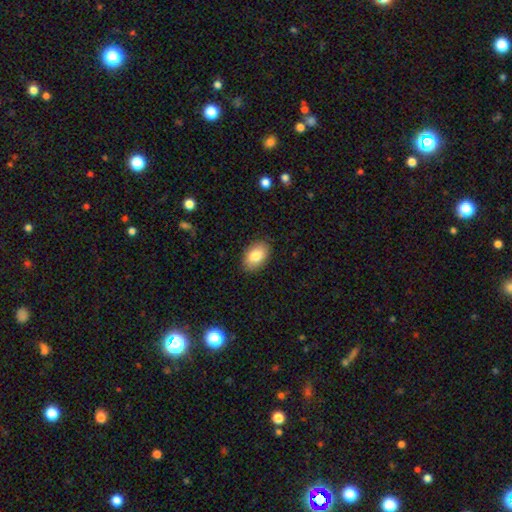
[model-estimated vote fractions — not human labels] Smooth or featured? Predicted: smooth (p=0.83). How rounded? Predicted: in between (p=0.90). Merging? Predicted: none (p=0.88).